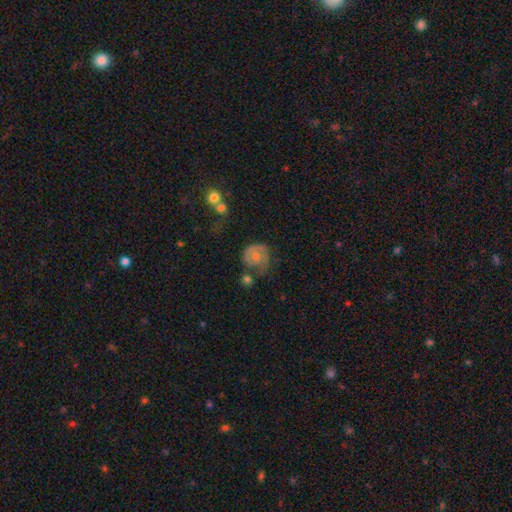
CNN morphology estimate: Smooth or featured? Predicted: featured or disk (p=0.58). Edge-on disk? Predicted: no (p=0.97). Bar? Predicted: no (p=0.80). Spiral arms? Predicted: yes (p=0.70). Bulge size? Predicted: moderate (p=0.51). Merging? Predicted: none (p=0.43).